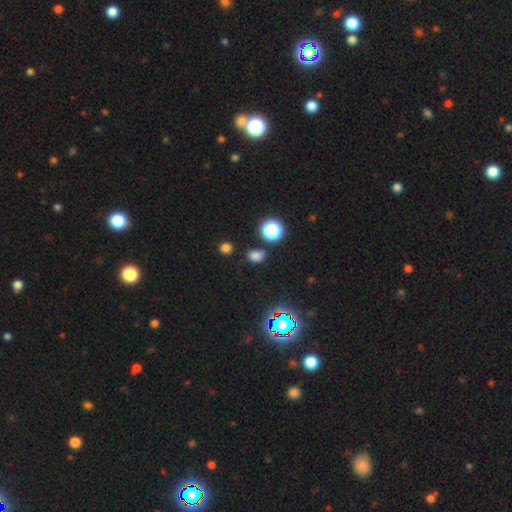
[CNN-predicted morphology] smooth-or-featured: smooth: 70% | star or artifact: 24% | featured or disk: 5%
  how-rounded: in between: 59% | round: 39% | cigar-shaped: 2%
  merging: none: 77% | minor disturbance: 13% | merger: 6% | major disturbance: 4%